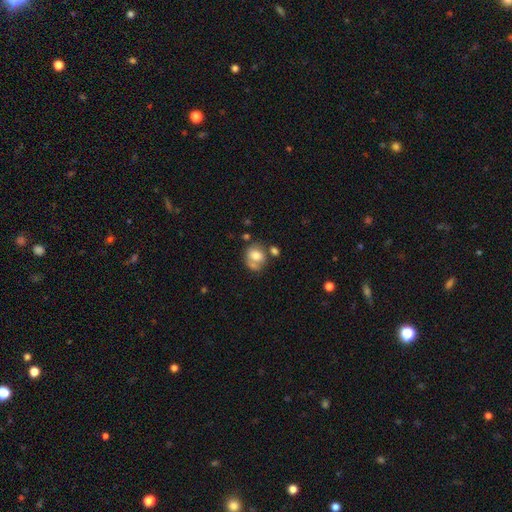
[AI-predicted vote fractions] smooth 68%, featured or disk 23%, star or artifact 9%. Down the decision tree: how rounded — round (55%); merging — none (42%).